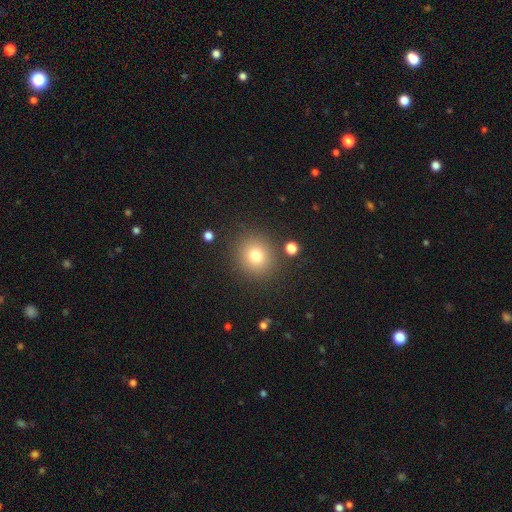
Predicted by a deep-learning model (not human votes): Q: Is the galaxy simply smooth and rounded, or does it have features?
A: smooth — 77%.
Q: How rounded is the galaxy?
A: round — 87%.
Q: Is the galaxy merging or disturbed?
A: none — 87%.